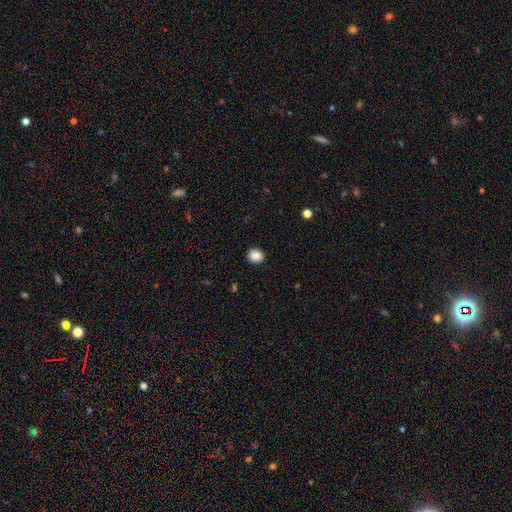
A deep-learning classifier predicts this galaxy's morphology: type=smooth (87%); roundness=round (75%); merging=none (91%).